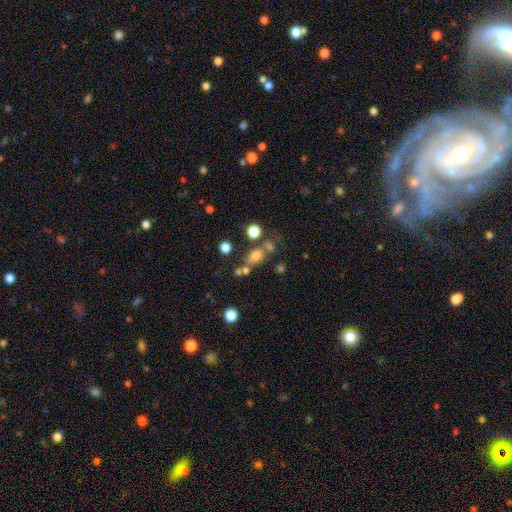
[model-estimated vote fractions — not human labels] Smooth or featured? Predicted: smooth (p=0.70). How rounded? Predicted: in between (p=0.64). Merging? Predicted: none (p=0.59).